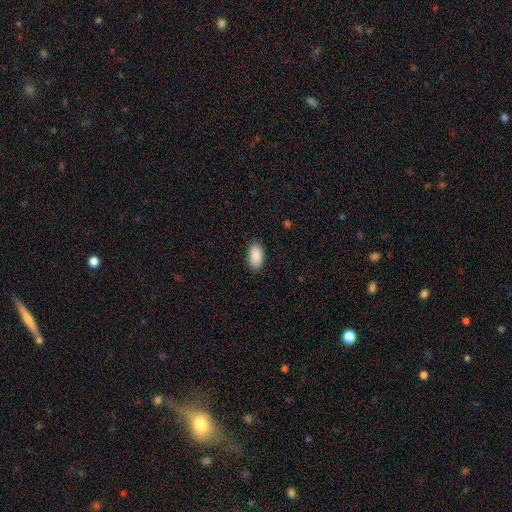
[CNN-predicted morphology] Smooth or featured? Predicted: smooth (p=0.91). How rounded? Predicted: in between (p=0.95). Merging? Predicted: none (p=0.89).